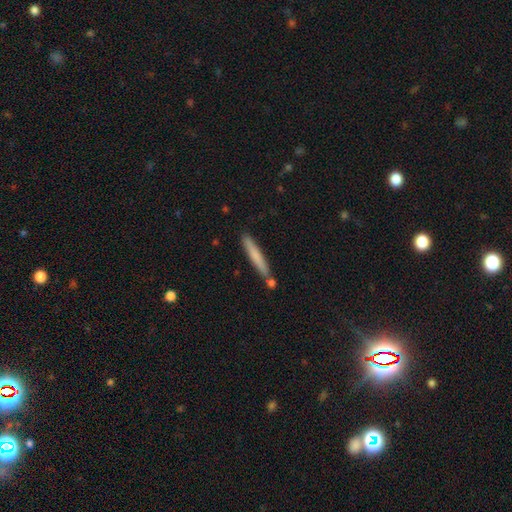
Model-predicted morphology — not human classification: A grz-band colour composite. It shows a smooth galaxy with no disk features (69%) that is cigar-shaped (95%). Merging: none (81%).